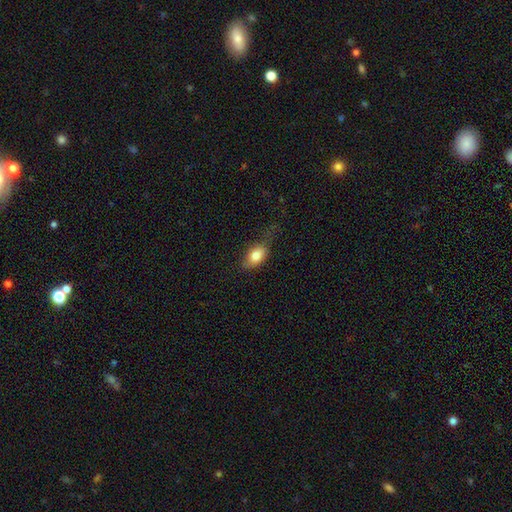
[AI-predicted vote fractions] smooth-or-featured: smooth: 79% | featured or disk: 13% | star or artifact: 8%
  how-rounded: in between: 84% | round: 11% | cigar-shaped: 4%
  merging: none: 51% | minor disturbance: 31% | major disturbance: 15% | merger: 2%